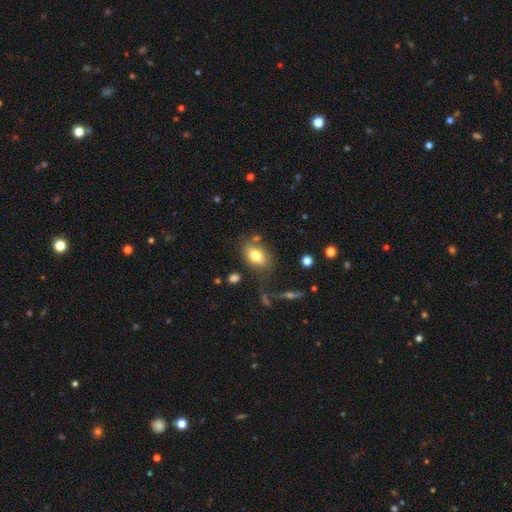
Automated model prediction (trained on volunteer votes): smooth_or_featured: smooth (p=0.77) [alt: featured or disk p=0.14]
how_rounded: in between (p=0.82) [alt: round p=0.16]
merging: none (p=0.71) [alt: minor disturbance p=0.16]